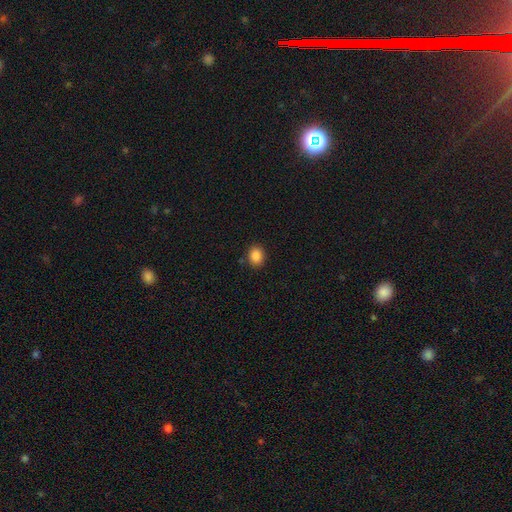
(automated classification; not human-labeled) Smooth or featured: smooth — 87% (star or artifact — 10%)
How rounded: round — 50% (in between — 49%)
Merging: none — 86% (minor disturbance — 9%)